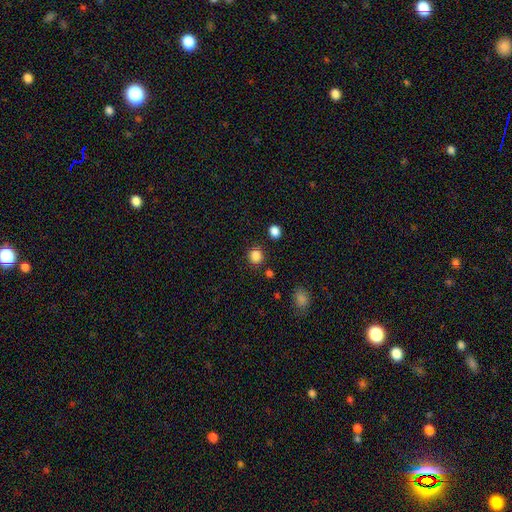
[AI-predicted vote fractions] This appears to be a smooth galaxy with no disk features (85%) that is round (85%). Merging: none (85%).